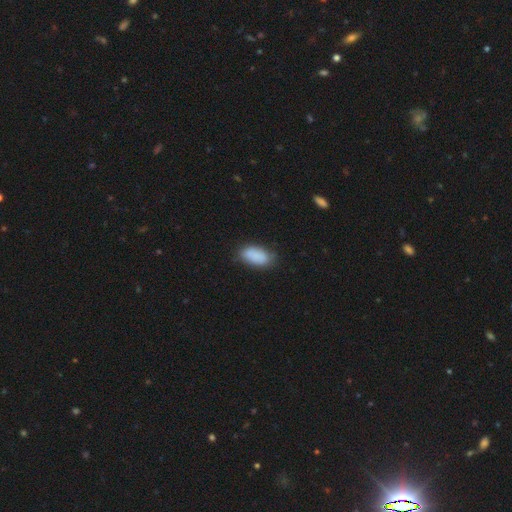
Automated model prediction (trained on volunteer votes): This appears to be a smooth galaxy with no disk features (87%) that is in between round and cigar-shaped (92%). Merging: none (75%).